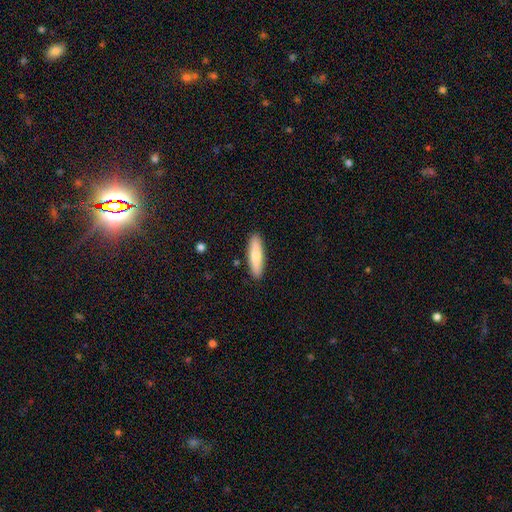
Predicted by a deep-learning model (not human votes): A smooth galaxy with no disk features (76%) that is cigar-shaped (67%).

Vote fractions:
- Smooth or featured? smooth: 76% / featured or disk: 19% / star or artifact: 5%
- How rounded? cigar-shaped: 67% / in between: 31% / round: 2%
- Merging? none: 89% / minor disturbance: 8% / major disturbance: 2% / merger: 1%